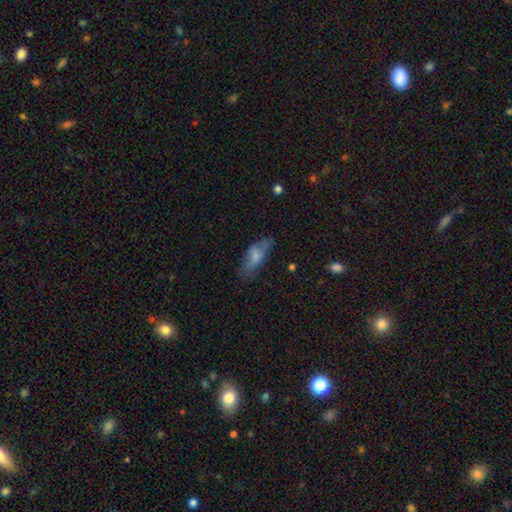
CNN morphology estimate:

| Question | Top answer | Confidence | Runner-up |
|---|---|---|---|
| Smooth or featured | smooth | 68% | featured or disk (25%) |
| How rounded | in between | 74% | cigar-shaped (24%) |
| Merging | none | 54% | minor disturbance (29%) |